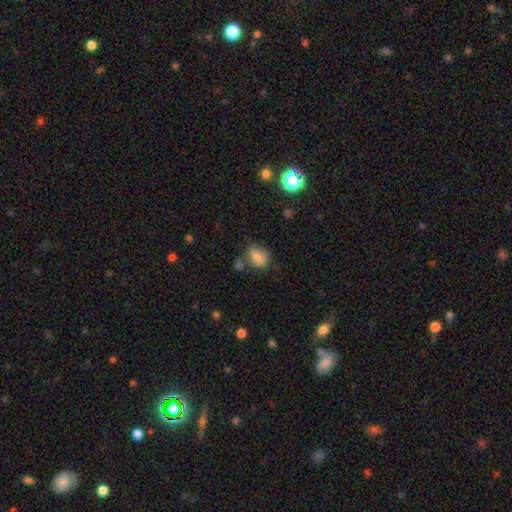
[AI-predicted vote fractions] Morphology: type=smooth (75%); roundness=in between (75%); merging=none (59%).